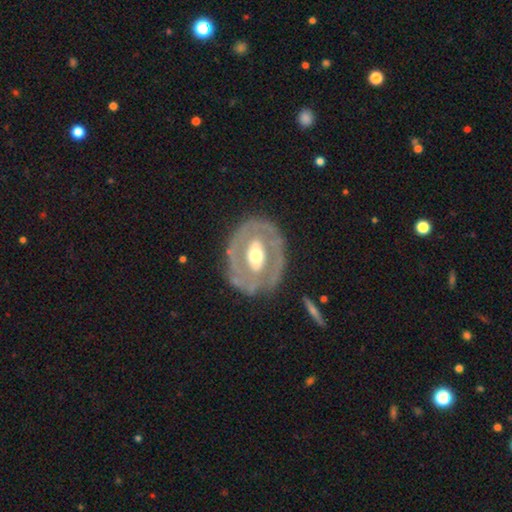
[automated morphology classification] Smooth or featured? Predicted: featured or disk (p=0.72). Edge-on disk? Predicted: no (p=0.94). Bar? Predicted: no (p=0.40). Spiral arms? Predicted: no (p=0.62). Bulge size? Predicted: moderate (p=0.67). Merging? Predicted: none (p=0.73).